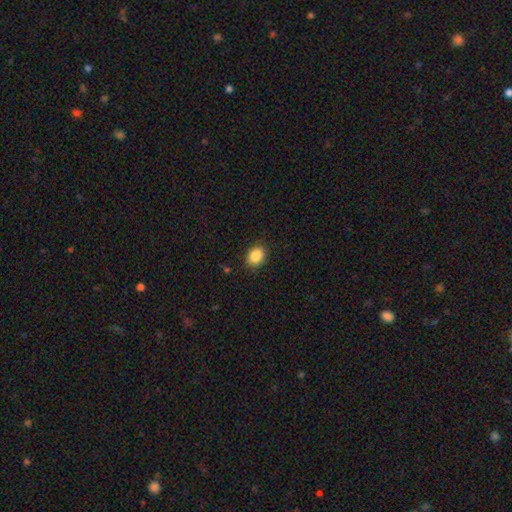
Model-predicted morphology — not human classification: type=smooth (88%); roundness=in between (62%); merging=none (87%).